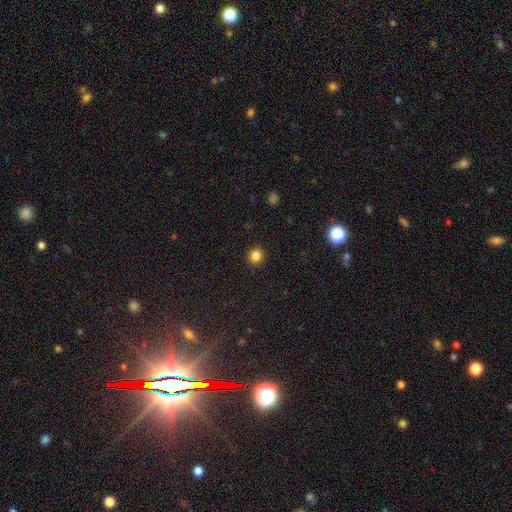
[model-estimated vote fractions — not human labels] Smooth or featured: smooth — 84% (star or artifact — 12%)
How rounded: round — 87% (in between — 12%)
Merging: none — 92% (minor disturbance — 5%)